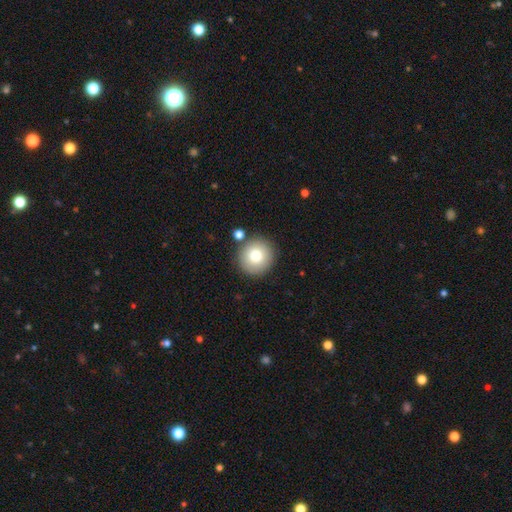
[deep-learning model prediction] Smooth or featured: smooth — 79% (featured or disk — 12%)
How rounded: round — 94% (in between — 5%)
Merging: none — 84% (minor disturbance — 8%)